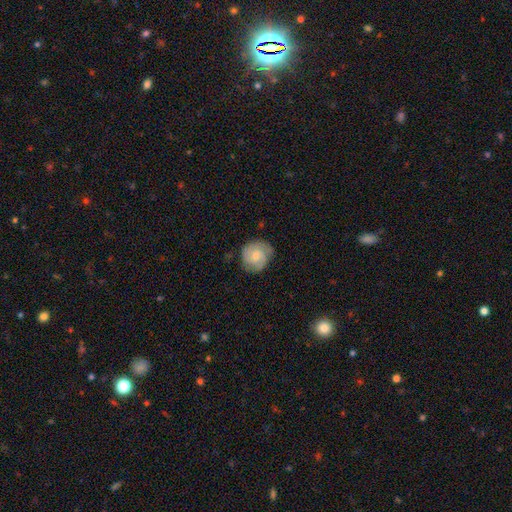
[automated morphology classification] smooth_or_featured: featured or disk (p=0.49) [alt: smooth p=0.45]
merging: none (p=0.71) [alt: minor disturbance p=0.22]